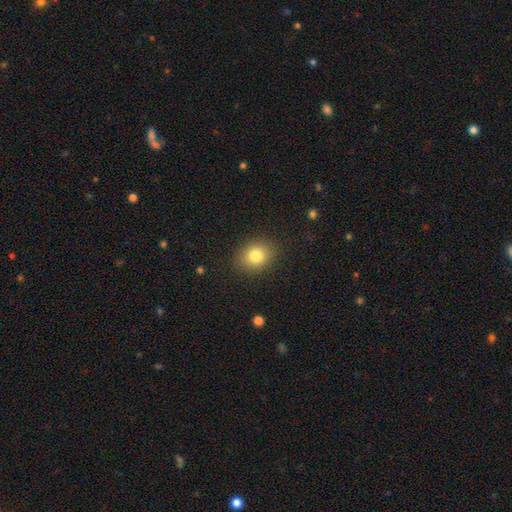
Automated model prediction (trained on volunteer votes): smooth 81%, star or artifact 10%, featured or disk 8%. Down the decision tree: how rounded — in between (50%); merging — none (87%).